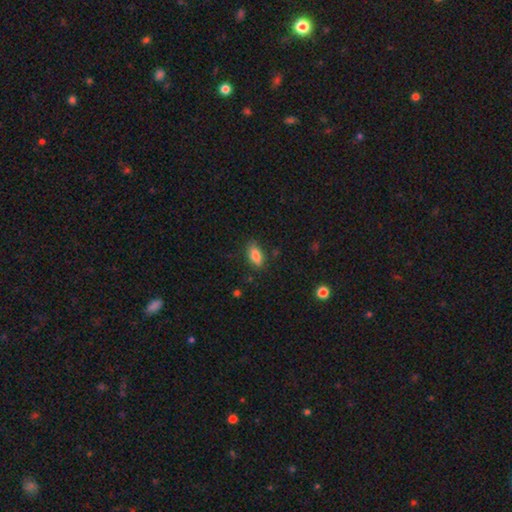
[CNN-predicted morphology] This appears to be a smooth galaxy with no disk features (82%) that is in between round and cigar-shaped (87%). Merging: none (79%).